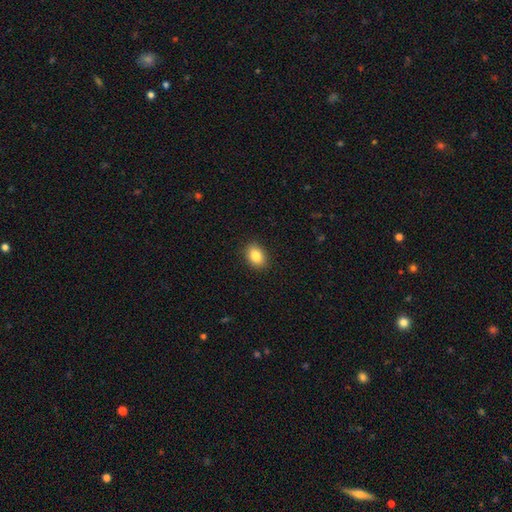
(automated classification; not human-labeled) A smooth galaxy with no disk features (86%) that is in between round and cigar-shaped (79%). Merging: none (89%).